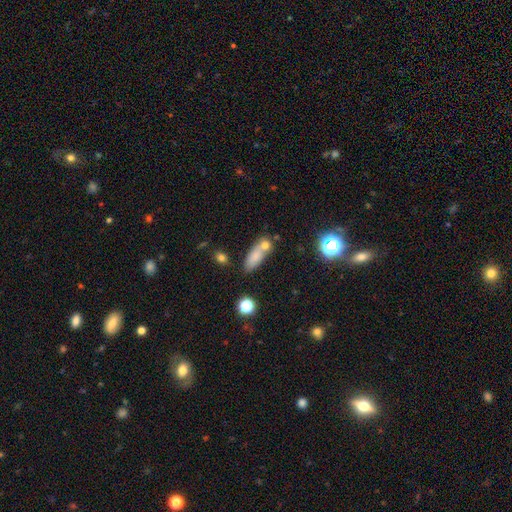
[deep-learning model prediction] The model was most divided on "merging": none: 49%, merger: 31%, minor disturbance: 14%, major disturbance: 6%. More confident: smooth or featured — smooth (75%); how rounded — in between (64%).